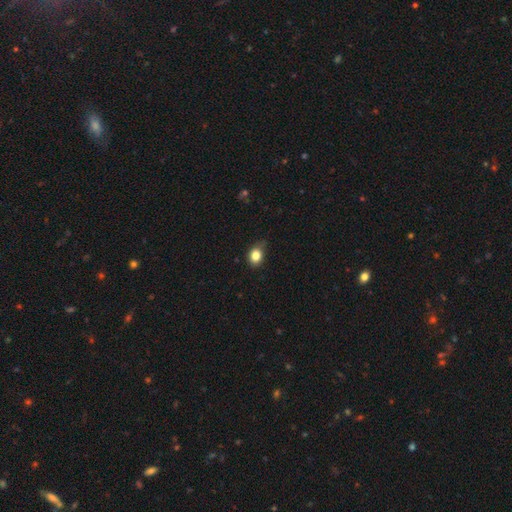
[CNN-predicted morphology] Smooth or featured? Predicted: smooth (p=0.83). How rounded? Predicted: in between (p=0.57). Merging? Predicted: none (p=0.65).